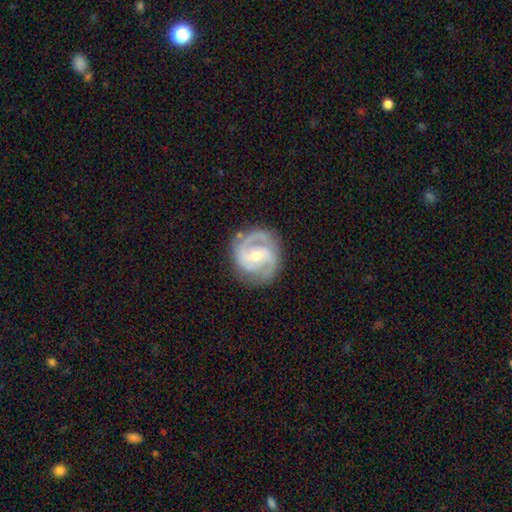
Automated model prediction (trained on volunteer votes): Overall: featured or disk (90%). Edge-on disk: no (98%). Bar: weak (46%; no 35%). Spiral arms: yes (98%). Spiral arm count: 2 (71%). Spiral winding: medium (49%; tight 42%). Bulge size: moderate (54%; small 43%). Merging: none (80%).